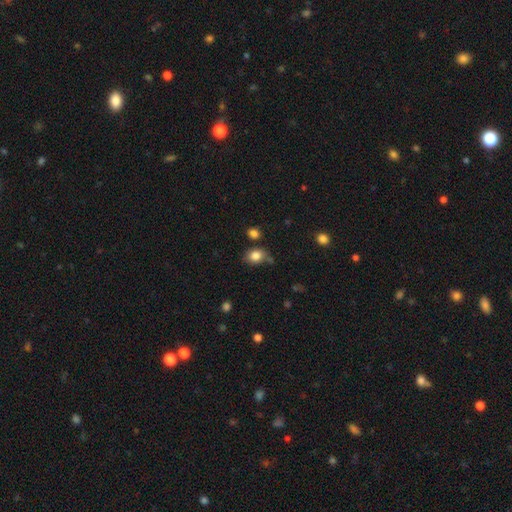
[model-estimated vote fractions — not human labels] The model was most divided on "how rounded": in between: 53%, round: 46%, cigar-shaped: 1%. More confident: smooth or featured — smooth (83%); merging — none (64%).